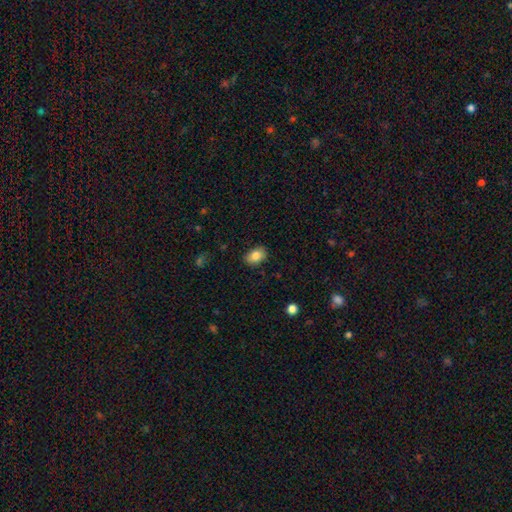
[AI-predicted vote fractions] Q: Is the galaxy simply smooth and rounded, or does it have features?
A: smooth — 84%.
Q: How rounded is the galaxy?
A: in between — 81%.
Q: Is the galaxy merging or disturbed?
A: none — 87%.